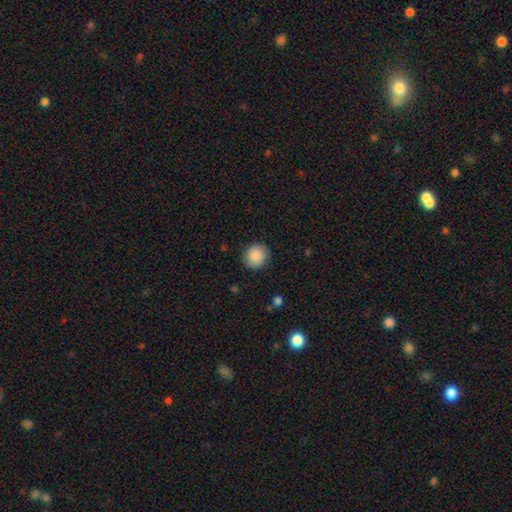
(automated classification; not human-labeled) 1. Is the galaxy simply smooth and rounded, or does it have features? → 88% smooth, 8% star or artifact, 4% featured or disk.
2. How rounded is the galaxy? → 87% round, 12% in between, 1% cigar-shaped.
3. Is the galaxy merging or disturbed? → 88% none, 8% minor disturbance, 2% major disturbance, 1% merger.